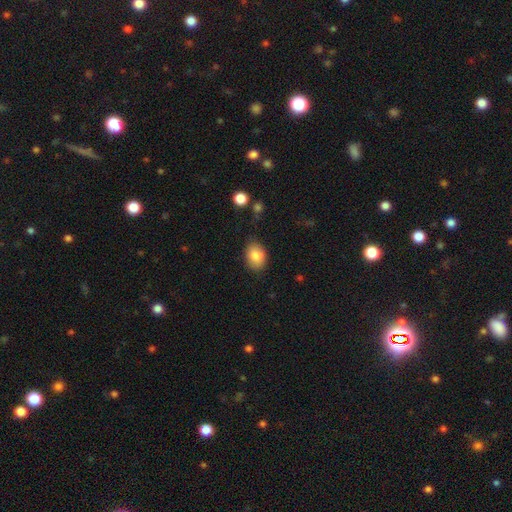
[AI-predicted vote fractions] Smooth or featured? Predicted: smooth (p=0.84). How rounded? Predicted: in between (p=0.70). Merging? Predicted: none (p=0.79).